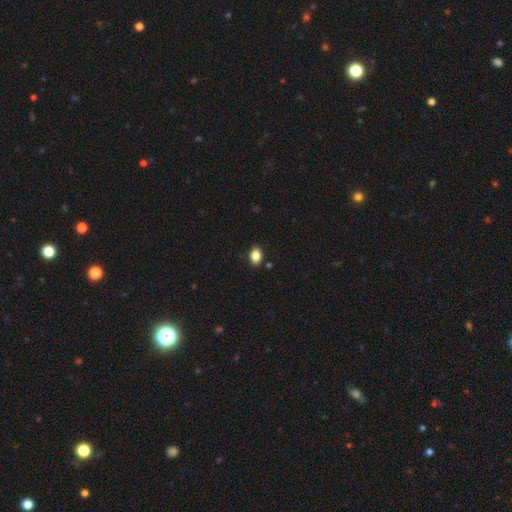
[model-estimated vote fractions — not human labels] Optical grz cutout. It shows a smooth galaxy with no disk features (85%) that is in between round and cigar-shaped (79%). Merging: none (88%).